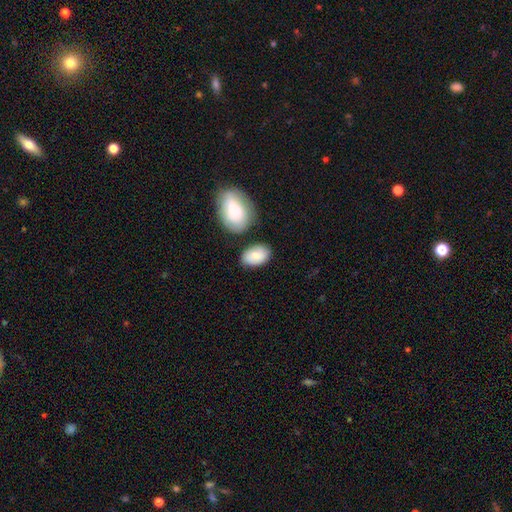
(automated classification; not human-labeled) Smooth or featured? smooth (80%)
How rounded? in between (90%)
Merging? none (69%)